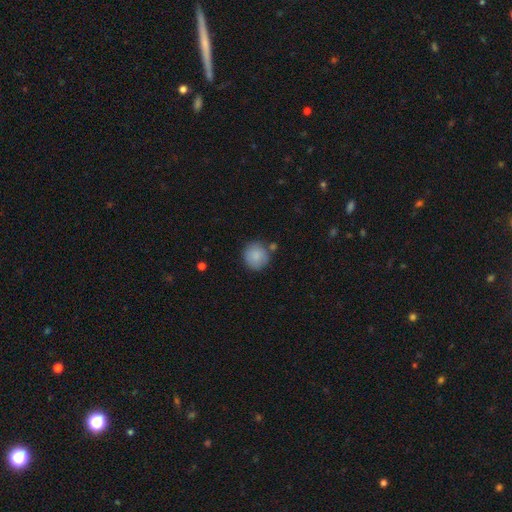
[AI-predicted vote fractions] Smooth or featured: smooth — 86% (star or artifact — 7%)
How rounded: round — 92% (in between — 7%)
Merging: none — 77% (minor disturbance — 13%)